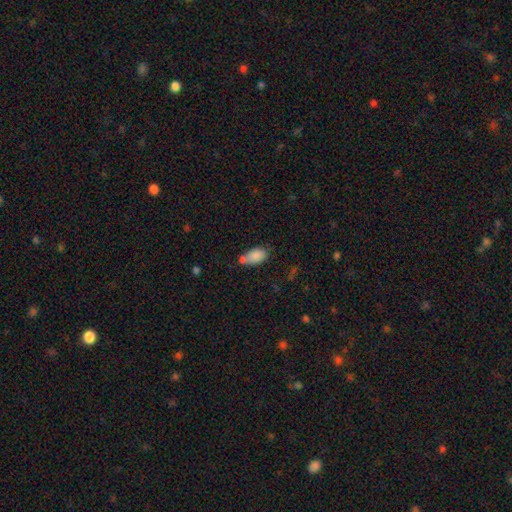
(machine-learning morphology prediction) smooth-or-featured: smooth: 84% | star or artifact: 8% | featured or disk: 8%
  how-rounded: in between: 91% | round: 5% | cigar-shaped: 4%
  merging: none: 45% | merger: 26% | minor disturbance: 23% | major disturbance: 7%